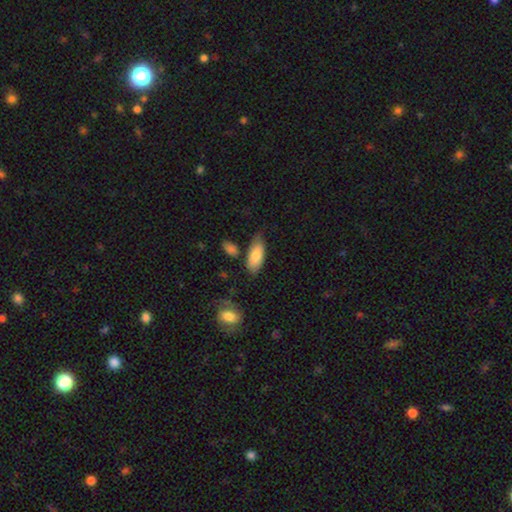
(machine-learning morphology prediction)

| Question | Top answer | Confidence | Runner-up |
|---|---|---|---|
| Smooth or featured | smooth | 81% | featured or disk (13%) |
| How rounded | in between | 85% | cigar-shaped (12%) |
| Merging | none | 64% | minor disturbance (24%) |